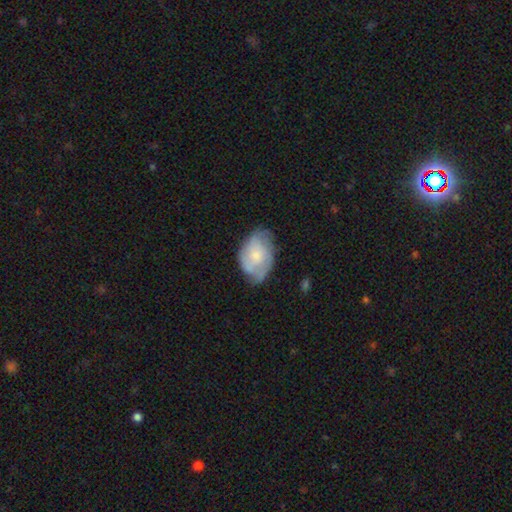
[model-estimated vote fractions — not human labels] The model was most divided on "smooth or featured": featured or disk: 49%, smooth: 44%, star or artifact: 6%. More confident: merging — none (52%).